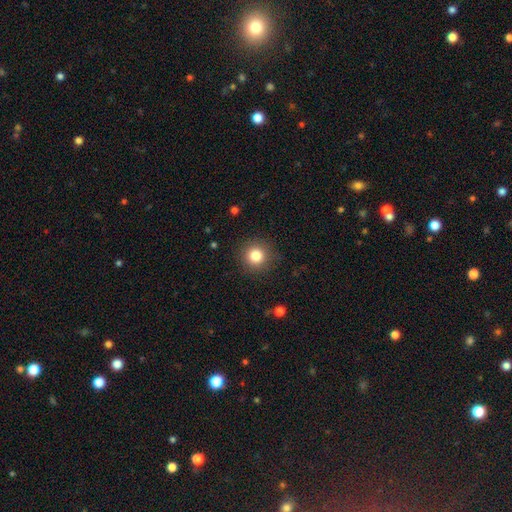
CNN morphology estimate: This is clearly a smooth galaxy (82%). How rounded: clearly round (94%). Merging: clearly none (89%).